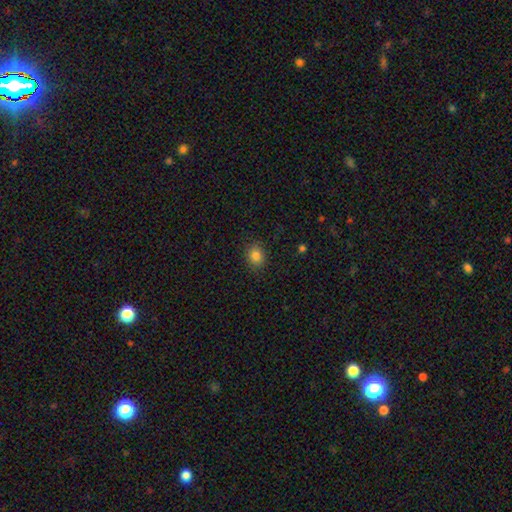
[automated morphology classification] Smooth or featured?
  - smooth: 82% *
  - star or artifact: 11%
  - featured or disk: 6%
How rounded?
  - round: 58% *
  - in between: 41%
  - cigar-shaped: 1%
Merging?
  - none: 87% *
  - minor disturbance: 9%
  - major disturbance: 2%
  - merger: 1%